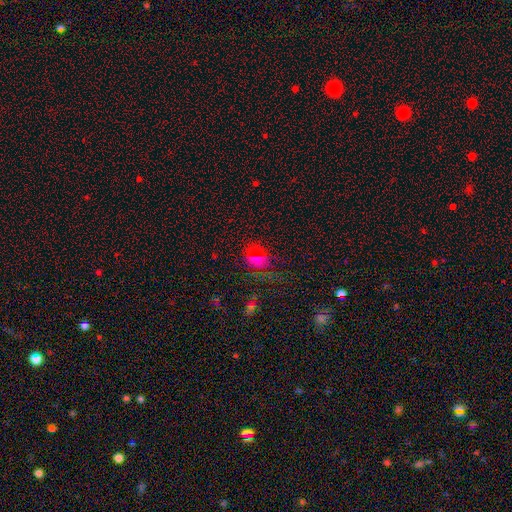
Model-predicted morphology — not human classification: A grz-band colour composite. It shows a smooth galaxy with no disk features (58%) that is round (50%). Merging: none (77%).